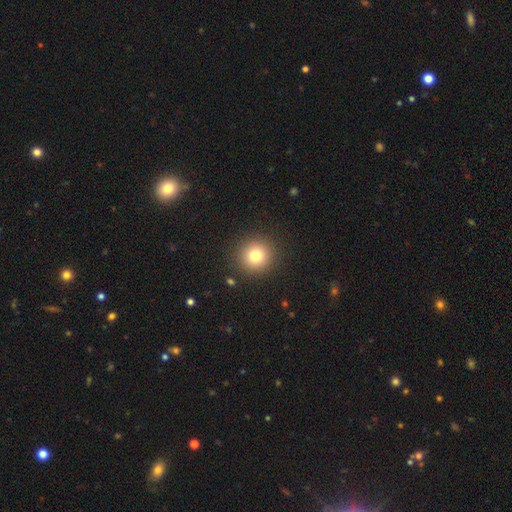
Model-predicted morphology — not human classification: Q: Smooth or featured?
A: smooth (79%); runner-up: star or artifact (12%)
Q: How rounded?
A: round (93%); runner-up: in between (6%)
Q: Merging?
A: none (90%); runner-up: minor disturbance (6%)